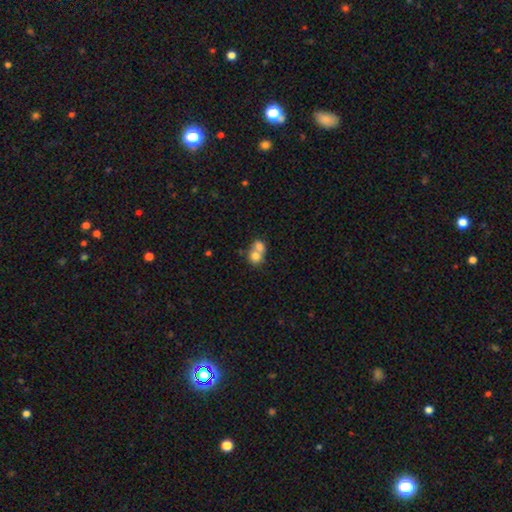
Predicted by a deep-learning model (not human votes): A smooth galaxy with no disk features (74%) that is round (65%).

Vote fractions:
- Smooth or featured? smooth: 74% / featured or disk: 17% / star or artifact: 9%
- How rounded? round: 65% / in between: 34% / cigar-shaped: 1%
- Merging? merger: 71% / none: 22% / minor disturbance: 5% / major disturbance: 3%